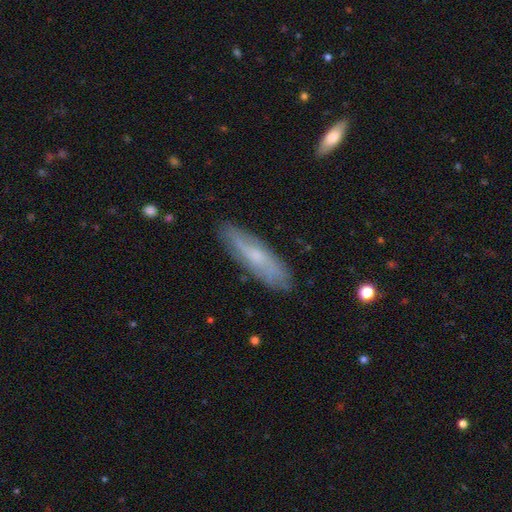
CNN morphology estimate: Overall: featured or disk (49%; smooth 44%). Merging: none (81%).